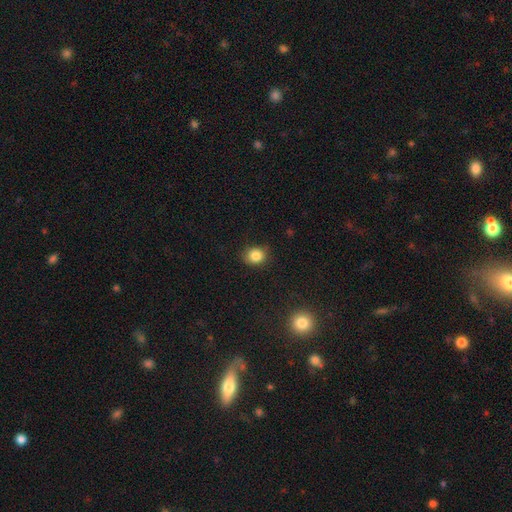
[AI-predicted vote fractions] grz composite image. It shows a smooth galaxy with no disk features (85%) that is round (69%). Merging: none (82%).